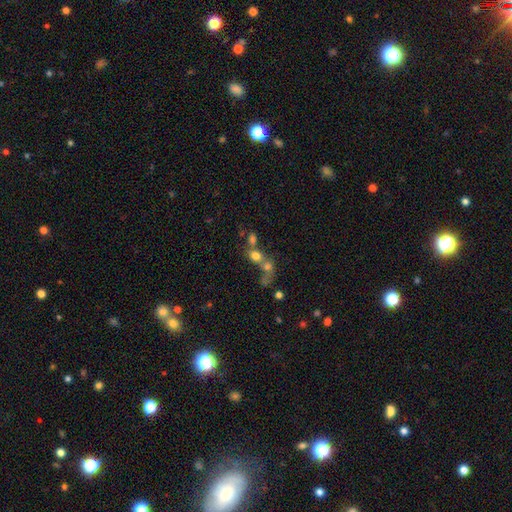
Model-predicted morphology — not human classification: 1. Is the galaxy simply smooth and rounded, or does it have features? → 67% smooth, 18% featured or disk, 15% star or artifact.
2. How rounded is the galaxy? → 60% round, 38% in between, 2% cigar-shaped.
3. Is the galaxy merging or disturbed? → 63% merger, 24% none, 8% major disturbance, 6% minor disturbance.